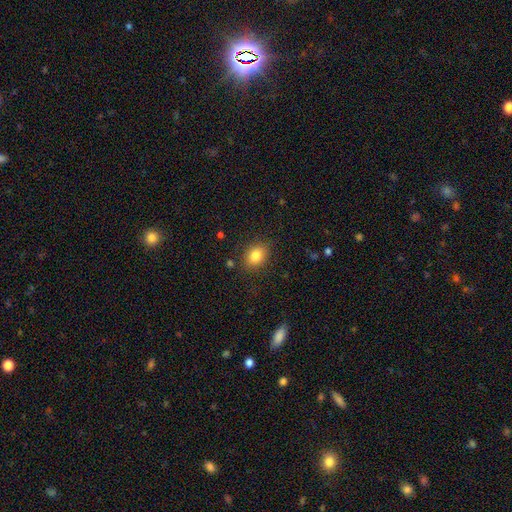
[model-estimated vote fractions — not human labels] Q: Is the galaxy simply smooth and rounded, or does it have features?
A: smooth — 83%.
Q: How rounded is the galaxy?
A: in between — 63%.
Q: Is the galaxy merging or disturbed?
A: none — 85%.